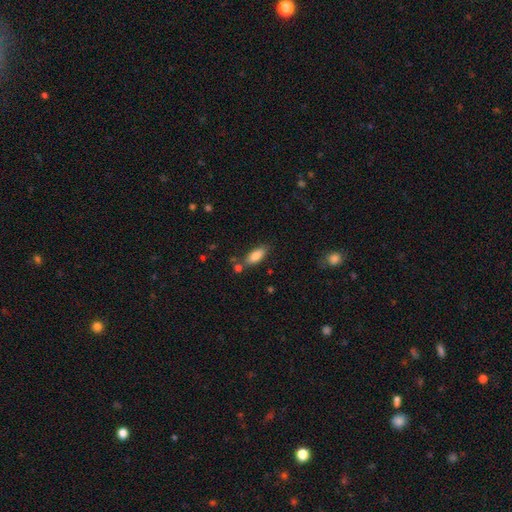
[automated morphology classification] The model was most divided on "merging": none: 72%, minor disturbance: 15%, merger: 10%, major disturbance: 4%. More confident: smooth or featured — smooth (83%); how rounded — in between (78%).